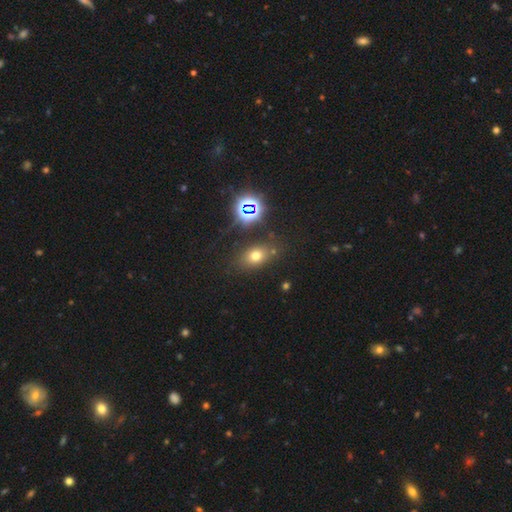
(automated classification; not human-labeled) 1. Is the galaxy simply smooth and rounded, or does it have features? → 64% smooth, 25% star or artifact, 11% featured or disk.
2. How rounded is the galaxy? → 63% in between, 35% round, 2% cigar-shaped.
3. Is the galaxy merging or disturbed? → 77% none, 13% minor disturbance, 6% merger, 5% major disturbance.